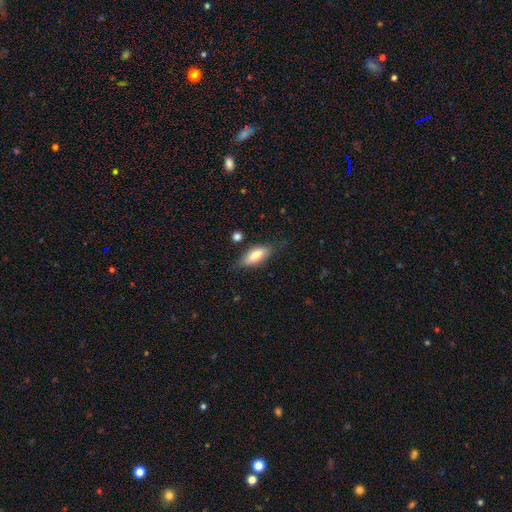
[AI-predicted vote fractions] Morphology: type=smooth (68%); roundness=in between (74%); merging=none (71%).